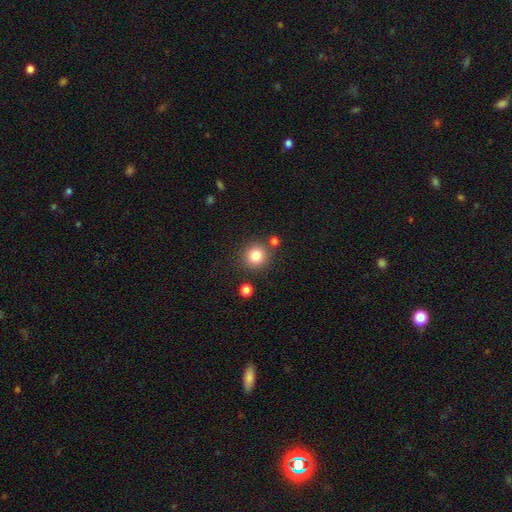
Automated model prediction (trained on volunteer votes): smooth-or-featured: smooth: 83% | star or artifact: 11% | featured or disk: 6%
  how-rounded: round: 92% | in between: 7% | cigar-shaped: 1%
  merging: none: 82% | minor disturbance: 8% | merger: 7% | major disturbance: 3%